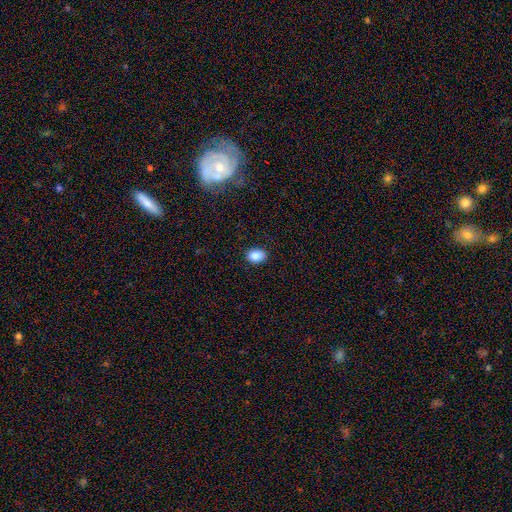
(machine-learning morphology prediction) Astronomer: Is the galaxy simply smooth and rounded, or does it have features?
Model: smooth — 88%.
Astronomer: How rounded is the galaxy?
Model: in between — 72%.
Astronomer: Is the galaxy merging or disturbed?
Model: none — 87%.